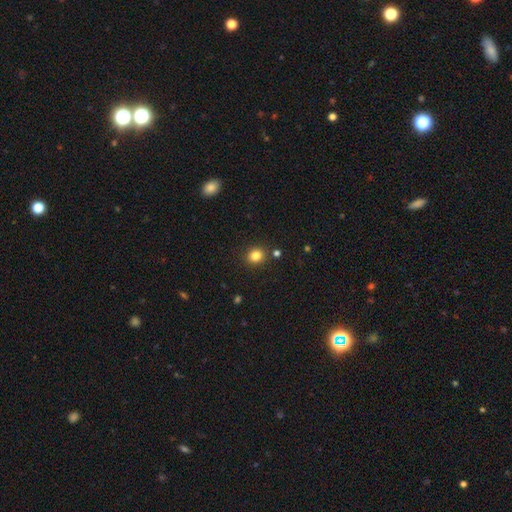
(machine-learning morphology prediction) Q: Smooth or featured?
A: smooth (83%); runner-up: star or artifact (12%)
Q: How rounded?
A: round (75%); runner-up: in between (24%)
Q: Merging?
A: none (87%); runner-up: minor disturbance (7%)